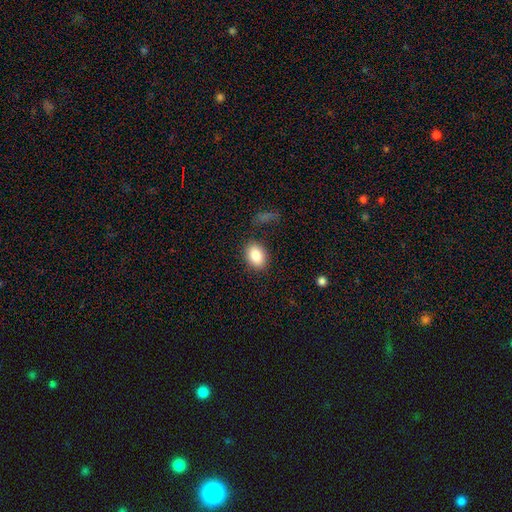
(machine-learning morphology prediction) The model was most divided on "how rounded": in between: 76%, round: 22%, cigar-shaped: 1%. More confident: smooth or featured — smooth (85%); merging — none (82%).